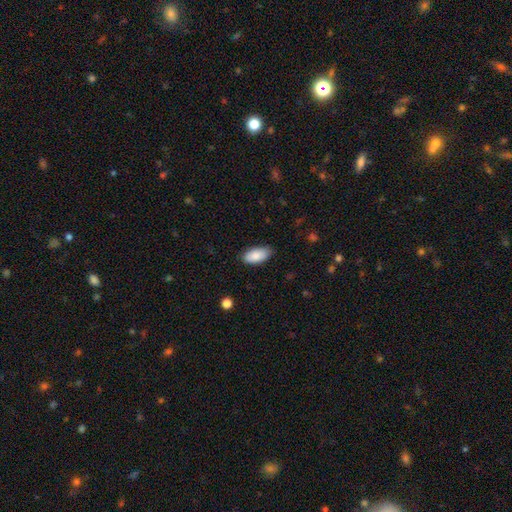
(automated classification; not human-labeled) Smooth or featured? Predicted: smooth (p=0.87). How rounded? Predicted: in between (p=0.94). Merging? Predicted: none (p=0.81).